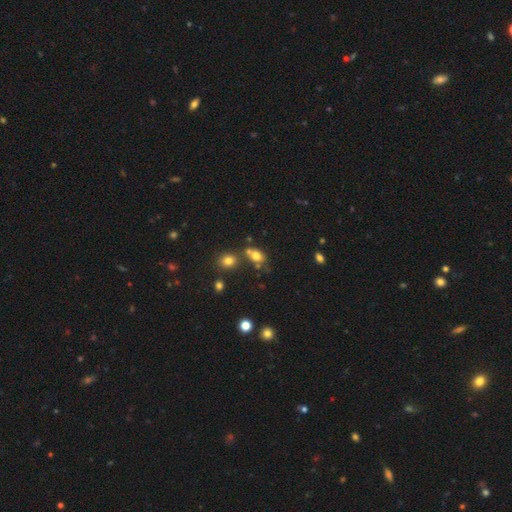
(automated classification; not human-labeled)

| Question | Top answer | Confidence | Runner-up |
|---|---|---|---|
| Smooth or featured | smooth | 74% | star or artifact (14%) |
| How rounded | in between | 70% | round (28%) |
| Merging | none | 48% | merger (31%) |